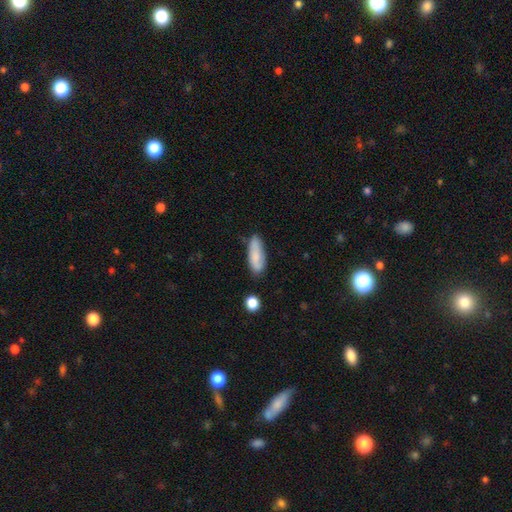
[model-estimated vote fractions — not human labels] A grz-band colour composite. It shows a smooth galaxy with no disk features (73%) that is in between round and cigar-shaped (68%). Merging: none (74%).